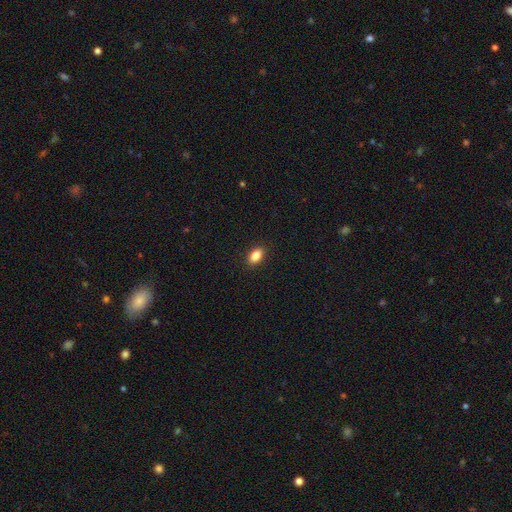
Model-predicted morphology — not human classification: smooth-or-featured: smooth: 86% | star or artifact: 8% | featured or disk: 6%
  how-rounded: in between: 88% | round: 9% | cigar-shaped: 3%
  merging: none: 90% | minor disturbance: 7% | major disturbance: 2% | merger: 1%